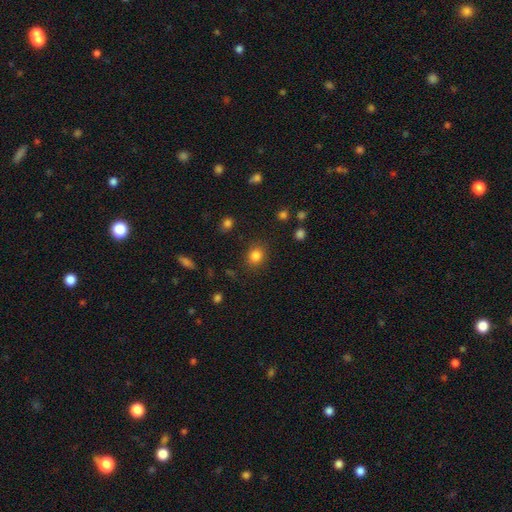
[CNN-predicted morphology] This is clearly a smooth galaxy (83%). How rounded: likely round (66%). Merging: clearly none (85%).